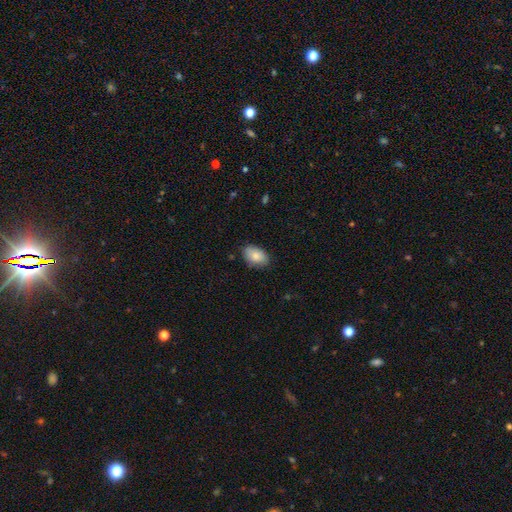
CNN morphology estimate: This is clearly a smooth galaxy (85%). How rounded: clearly in between (91%). Merging: likely none (79%).